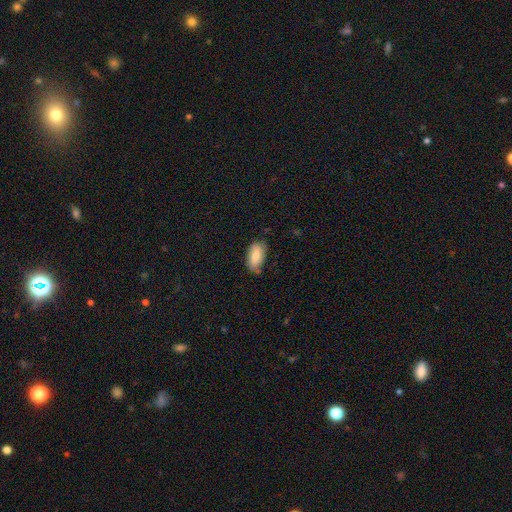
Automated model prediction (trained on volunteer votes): Smooth or featured?
  - smooth: 74% *
  - featured or disk: 19%
  - star or artifact: 7%
How rounded?
  - in between: 93% *
  - round: 4%
  - cigar-shaped: 4%
Merging?
  - none: 63% *
  - minor disturbance: 30%
  - major disturbance: 5%
  - merger: 2%